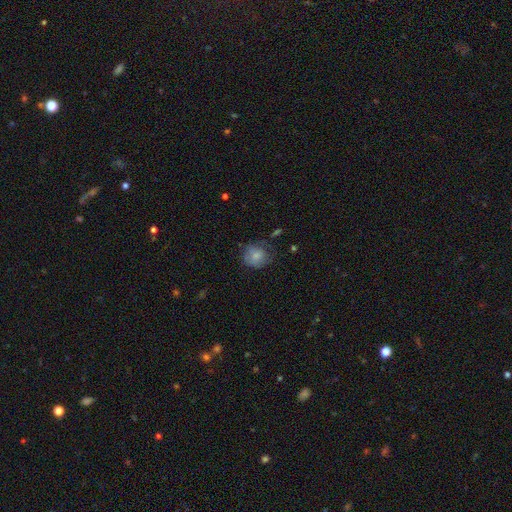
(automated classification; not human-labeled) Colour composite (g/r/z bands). It shows a smooth galaxy with no disk features (76%) that is round (81%). Merging: none (59%).